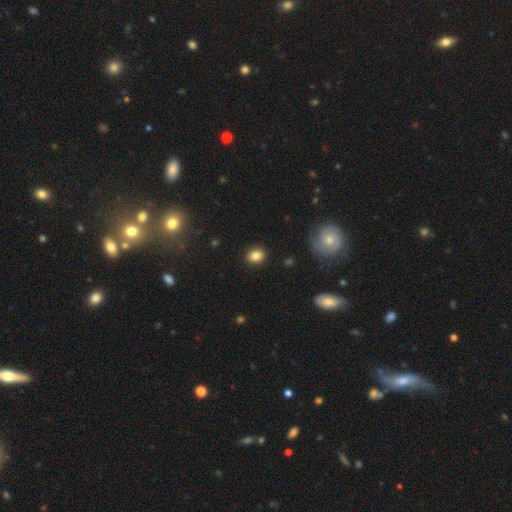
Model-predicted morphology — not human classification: This is clearly a smooth galaxy (85%). How rounded: possibly in between (58%). Merging: clearly none (89%).